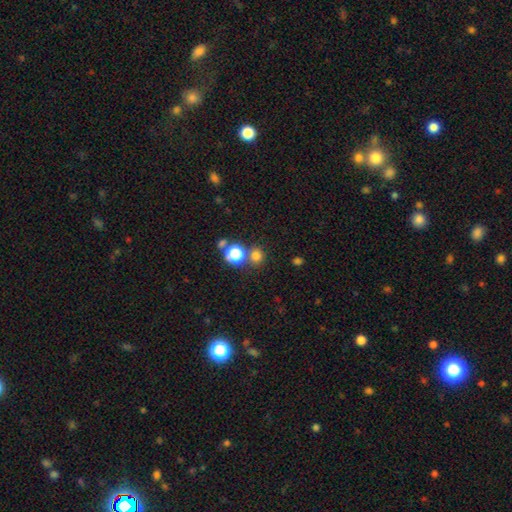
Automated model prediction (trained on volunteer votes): A smooth galaxy with no disk features (73%) that is round (88%). Merging: none (70%).